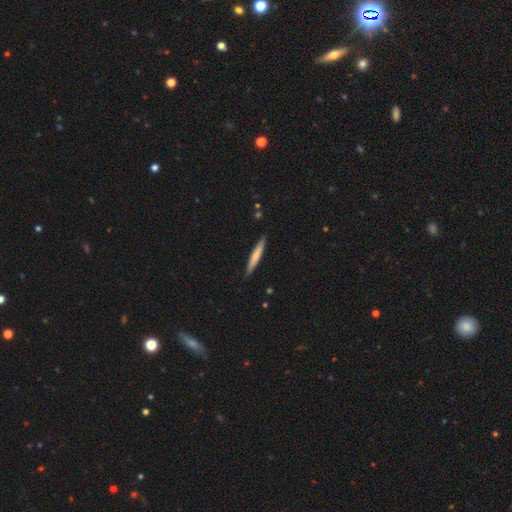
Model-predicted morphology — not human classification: Smooth or featured?
  - smooth: 64% *
  - featured or disk: 30%
  - star or artifact: 5%
How rounded?
  - cigar-shaped: 94% *
  - in between: 4%
  - round: 1%
Merging?
  - none: 87% *
  - minor disturbance: 10%
  - major disturbance: 2%
  - merger: 1%